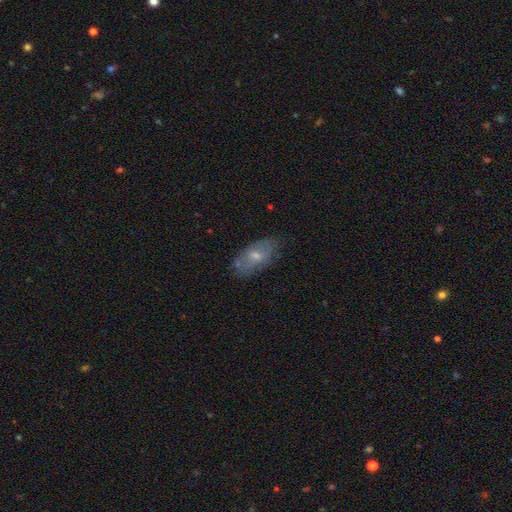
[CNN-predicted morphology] type=smooth (48%); merging=none (67%).